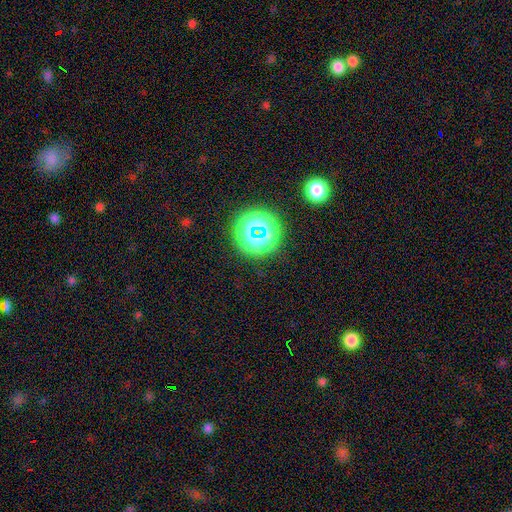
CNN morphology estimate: Smooth or featured?
  - star or artifact: 78% *
  - smooth: 15%
  - featured or disk: 7%